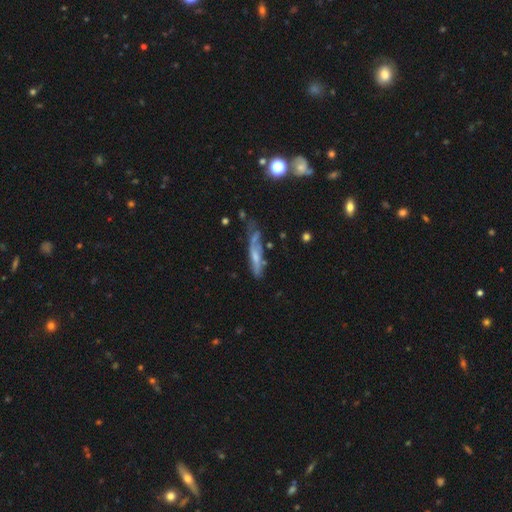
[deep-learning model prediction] A featured or disk galaxy (54%) viewed edge-on (57%).

Vote fractions:
- Smooth or featured? featured or disk: 54% / smooth: 36% / star or artifact: 9%
- Edge-on disk? yes: 57% / no: 43%
- Merging? none: 45% / minor disturbance: 31% / major disturbance: 18% / merger: 7%